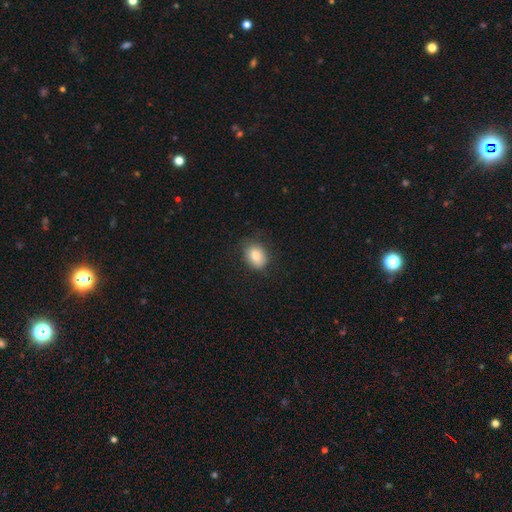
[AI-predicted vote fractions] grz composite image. It shows a smooth galaxy with no disk features (81%) that is in between round and cigar-shaped (64%). Merging: none (76%).